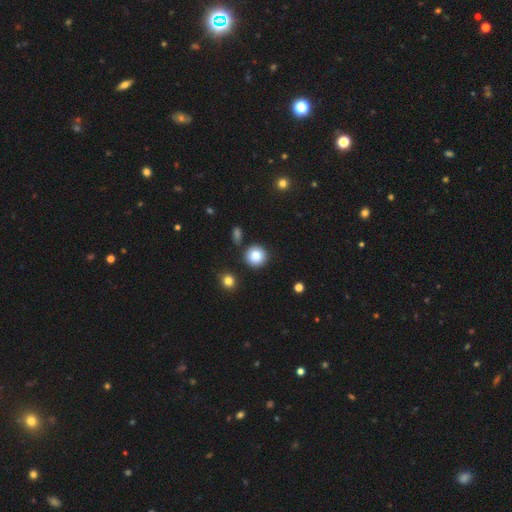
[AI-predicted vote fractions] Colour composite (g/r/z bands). It shows a smooth galaxy with no disk features (86%) that is round (92%). Merging: none (84%).